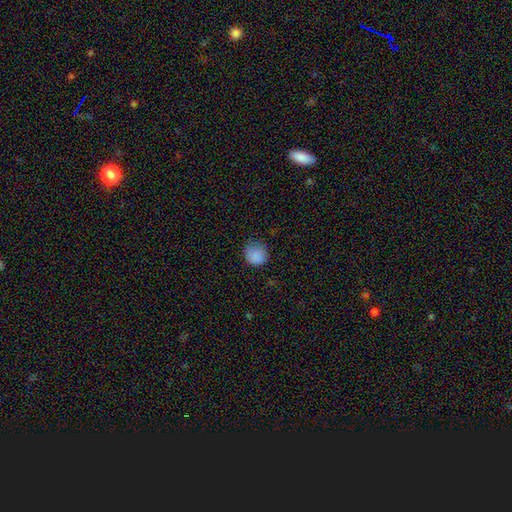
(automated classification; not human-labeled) Smooth or featured?
  - smooth: 86% *
  - star or artifact: 10%
  - featured or disk: 5%
How rounded?
  - round: 84% *
  - in between: 15%
  - cigar-shaped: 1%
Merging?
  - none: 65% *
  - minor disturbance: 27%
  - major disturbance: 7%
  - merger: 1%